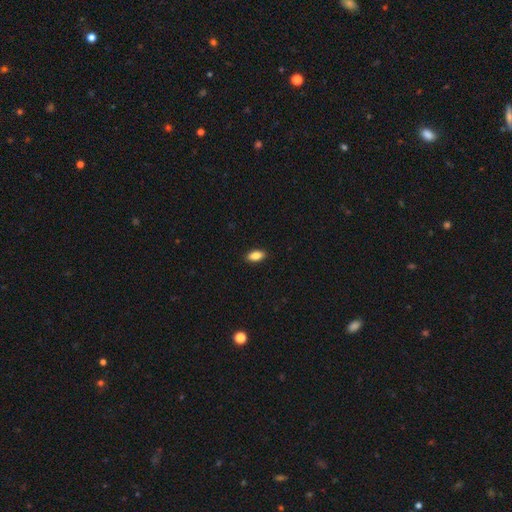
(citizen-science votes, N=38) smooth_or_featured: smooth (p=0.95) [alt: featured or disk p=0.05]
how_rounded: in between (p=0.94) [alt: round p=0.06]
merging: none (p=0.92) [alt: major disturbance p=0.05]